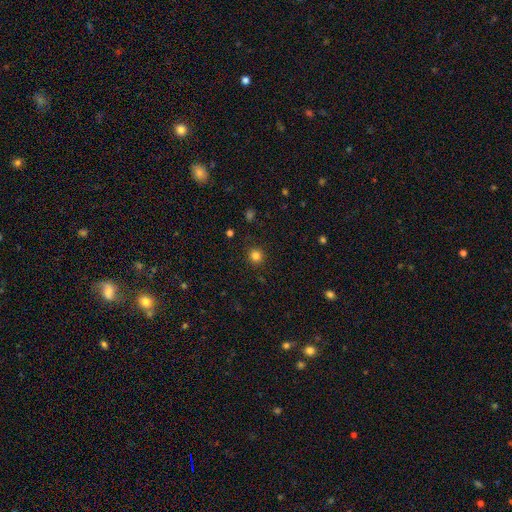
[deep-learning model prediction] This appears to be a smooth galaxy with no disk features (83%) that is round (92%). Merging: none (89%).